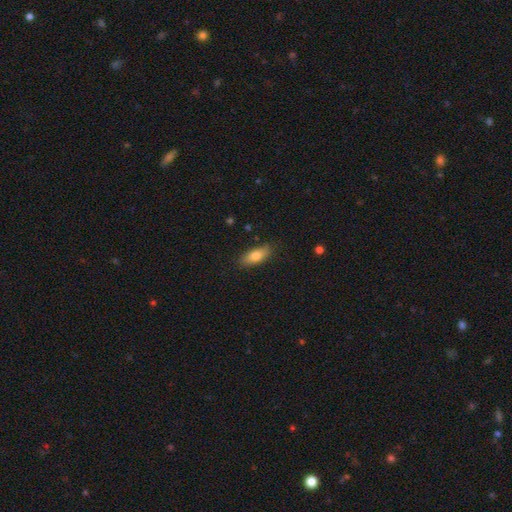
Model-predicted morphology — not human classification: smooth 79%, featured or disk 14%, star or artifact 7%. Down the decision tree: how rounded — in between (79%); merging — none (82%).